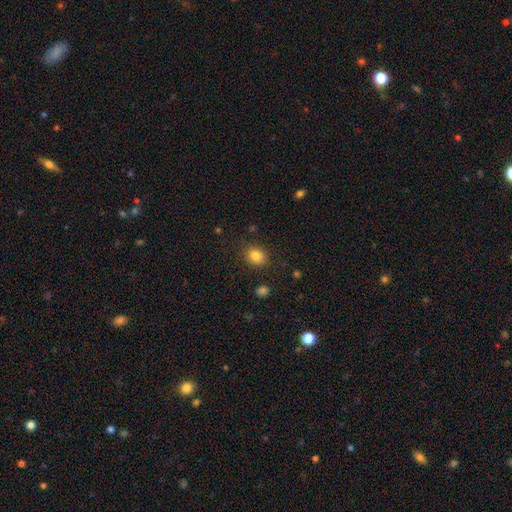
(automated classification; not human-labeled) Morphology: type=smooth (83%); roundness=round (53%); merging=none (86%).